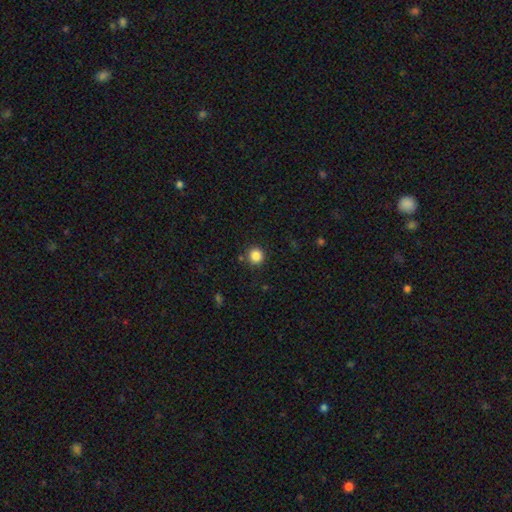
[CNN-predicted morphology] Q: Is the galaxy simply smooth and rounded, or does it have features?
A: smooth — 85%.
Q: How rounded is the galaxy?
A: round — 94%.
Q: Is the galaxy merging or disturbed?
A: none — 88%.